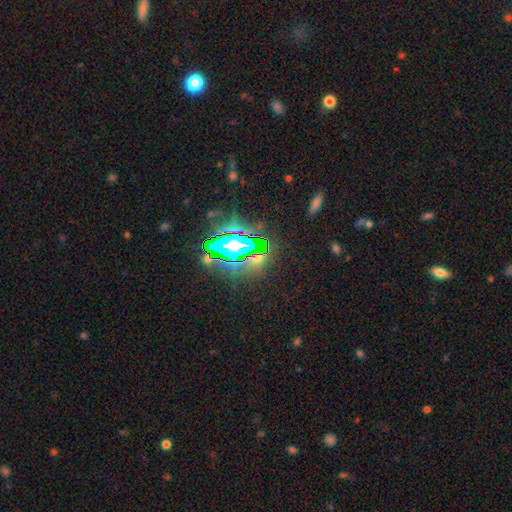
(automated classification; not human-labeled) Smooth or featured? Predicted: star or artifact (p=0.71).